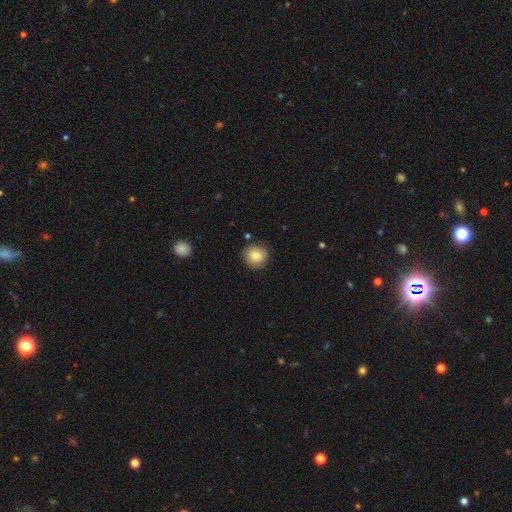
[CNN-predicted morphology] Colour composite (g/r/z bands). It shows a smooth galaxy with no disk features (83%) that is round (89%). Merging: none (85%).